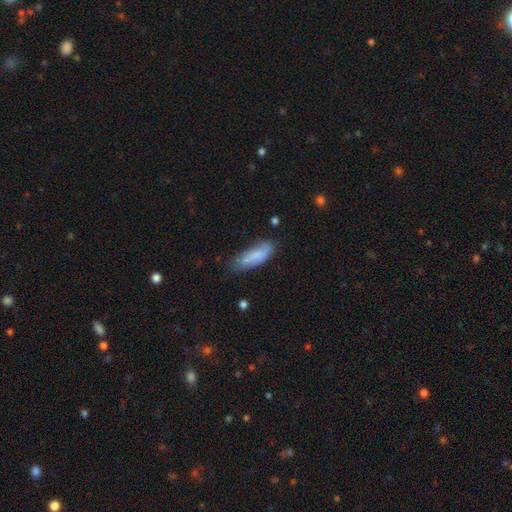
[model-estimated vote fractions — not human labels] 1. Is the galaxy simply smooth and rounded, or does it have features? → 79% smooth, 15% featured or disk, 7% star or artifact.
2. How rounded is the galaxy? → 61% in between, 37% cigar-shaped, 2% round.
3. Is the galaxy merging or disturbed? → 64% none, 27% minor disturbance, 6% major disturbance, 3% merger.